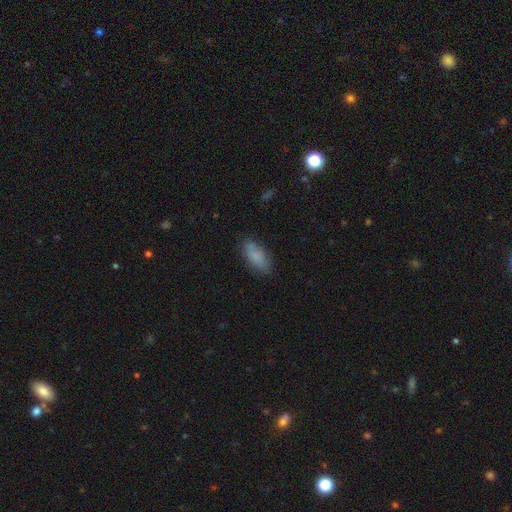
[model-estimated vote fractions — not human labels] A smooth galaxy with no disk features (83%) that is in between round and cigar-shaped (85%). Merging: none (76%).